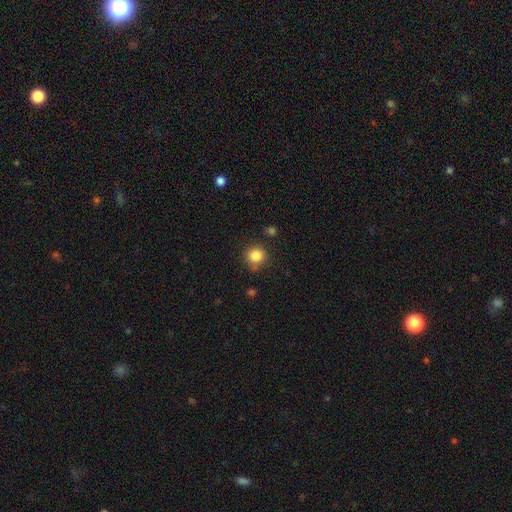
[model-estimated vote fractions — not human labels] Morphology: type=smooth (85%); roundness=round (90%); merging=none (80%).